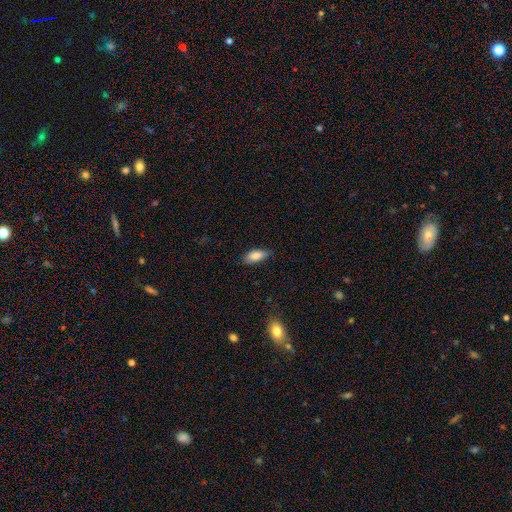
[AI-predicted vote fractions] The model was most divided on "merging": none: 79%, minor disturbance: 17%, major disturbance: 3%, merger: 1%. More confident: smooth or featured — smooth (85%); how rounded — in between (83%).